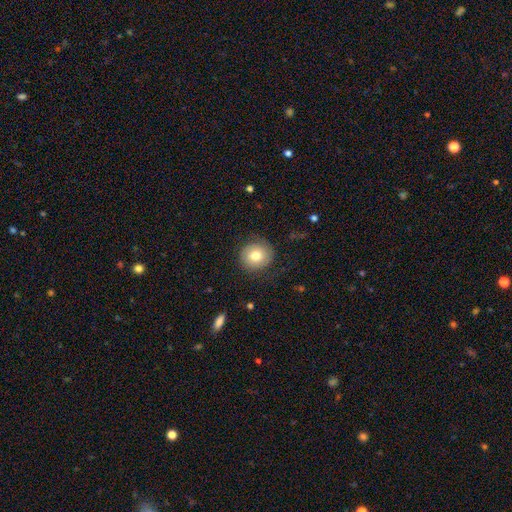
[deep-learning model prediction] The model was most divided on "smooth or featured": smooth: 67%, featured or disk: 24%, star or artifact: 8%. More confident: how rounded — round (87%); merging — none (78%).